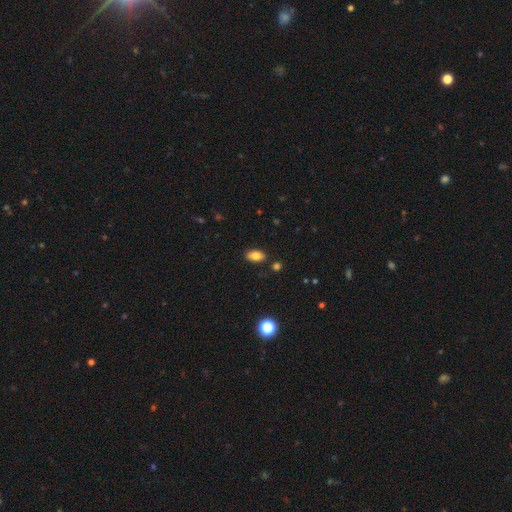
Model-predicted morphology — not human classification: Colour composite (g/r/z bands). It shows a smooth galaxy with no disk features (81%) that is in between round and cigar-shaped (91%). Merging: none (86%).